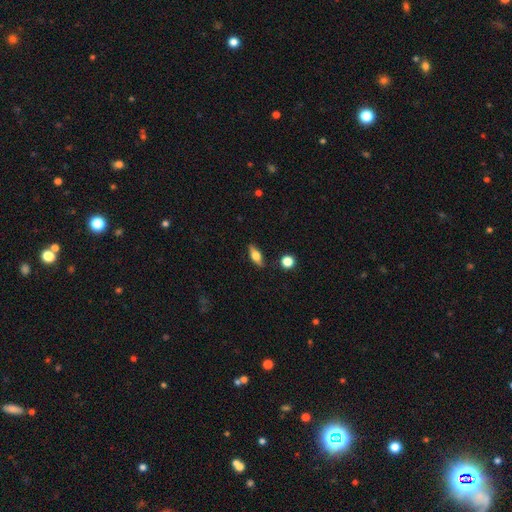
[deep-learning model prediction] Overall: smooth (52%; featured or disk 40%). How rounded: in between (65%; cigar-shaped 28%). Merging: none (84%).